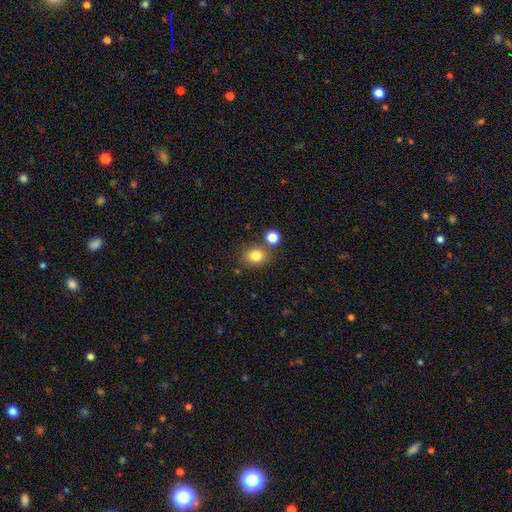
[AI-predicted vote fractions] The model was most divided on "how rounded": round: 59%, in between: 40%, cigar-shaped: 1%. More confident: smooth or featured — smooth (81%); merging — none (71%).